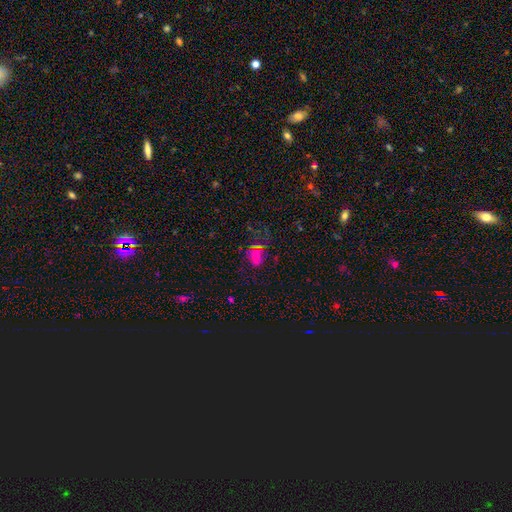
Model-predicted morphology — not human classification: Overall: smooth (46%; featured or disk 39%). Merging: major disturbance (38%; none 36%).